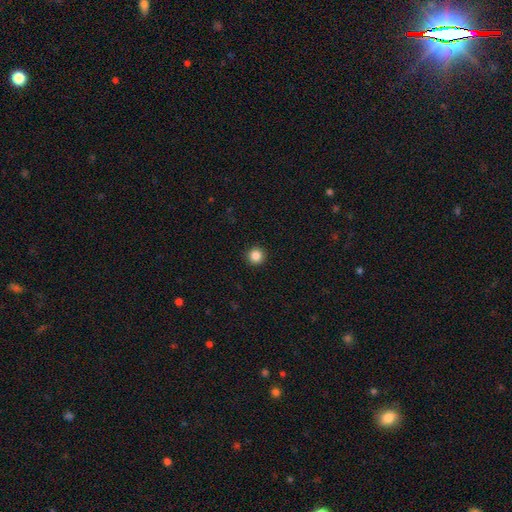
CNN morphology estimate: Overall: smooth (86%). How rounded: round (96%). Merging: none (93%).